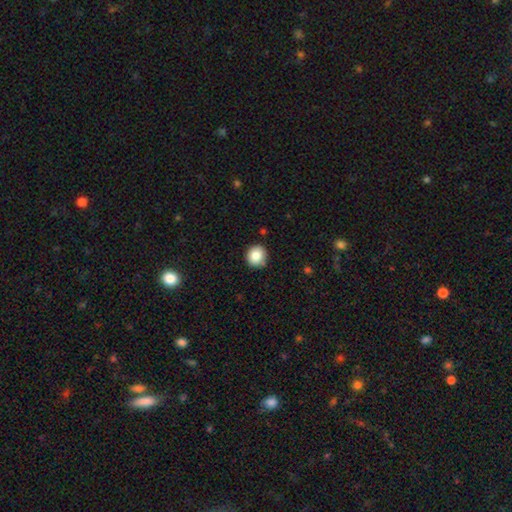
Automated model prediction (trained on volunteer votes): Smooth or featured: smooth — 86% (star or artifact — 9%)
How rounded: round — 90% (in between — 9%)
Merging: none — 84% (minor disturbance — 11%)